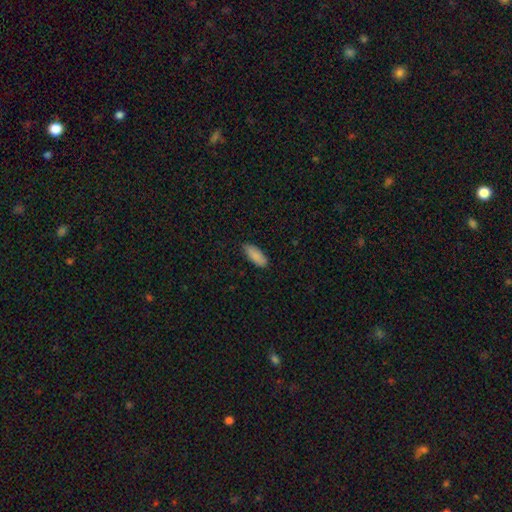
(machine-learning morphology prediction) smooth-or-featured: smooth: 88% | featured or disk: 6% | star or artifact: 6%
  how-rounded: in between: 79% | cigar-shaped: 19% | round: 2%
  merging: none: 84% | minor disturbance: 13% | major disturbance: 2% | merger: 1%